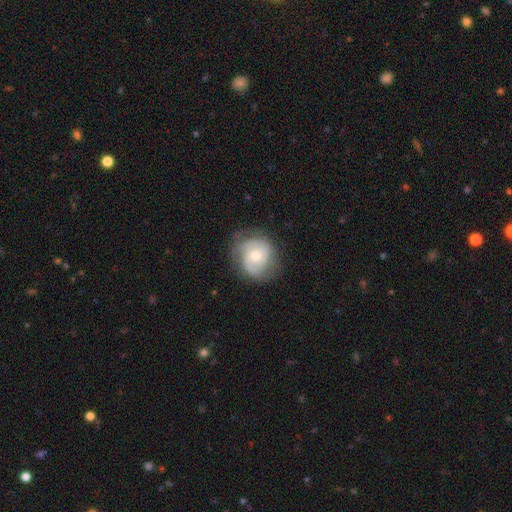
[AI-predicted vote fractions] Morphology: type=featured or disk (65%); edge-on=no (98%); bar=no (69%); spiral arms=yes (88%); winding=medium (43%); arm count=2 (55%); bulge=small (49%); merging=none (66%).